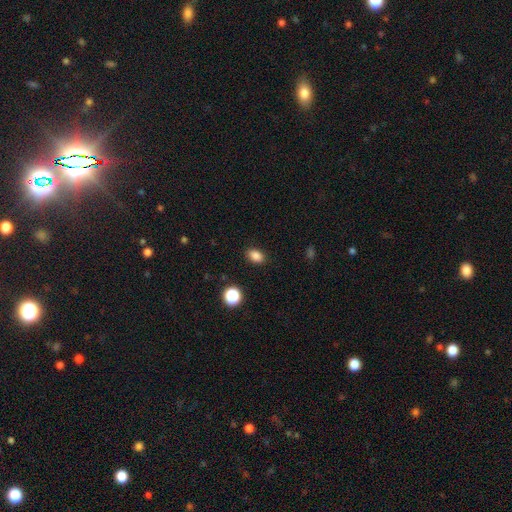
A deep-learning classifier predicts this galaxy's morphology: Q: Smooth or featured?
A: smooth (84%); runner-up: star or artifact (12%)
Q: How rounded?
A: in between (77%); runner-up: round (22%)
Q: Merging?
A: none (88%); runner-up: minor disturbance (8%)